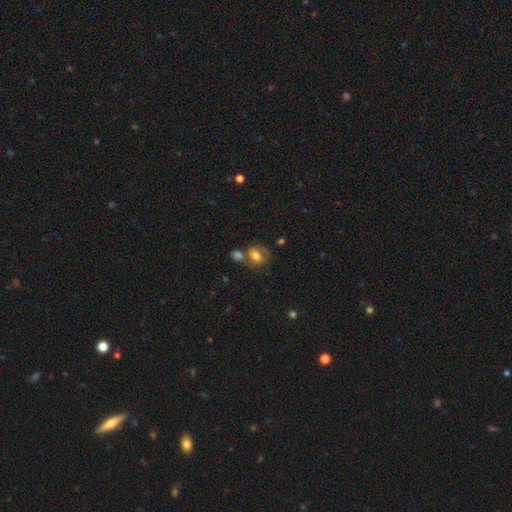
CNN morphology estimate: Smooth or featured? smooth (69%)
How rounded? round (61%)
Merging? none (48%)